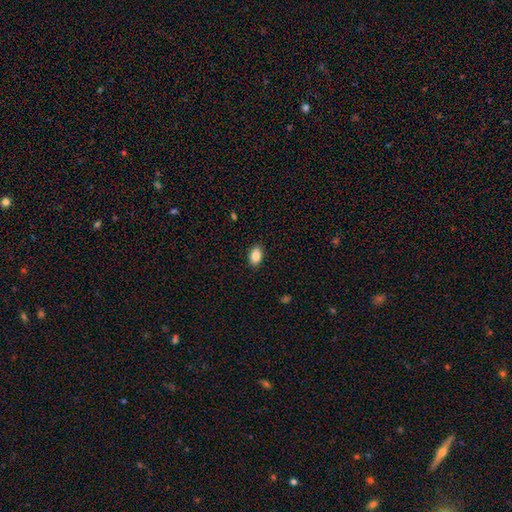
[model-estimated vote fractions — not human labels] Smooth or featured? smooth (87%)
How rounded? in between (89%)
Merging? none (89%)